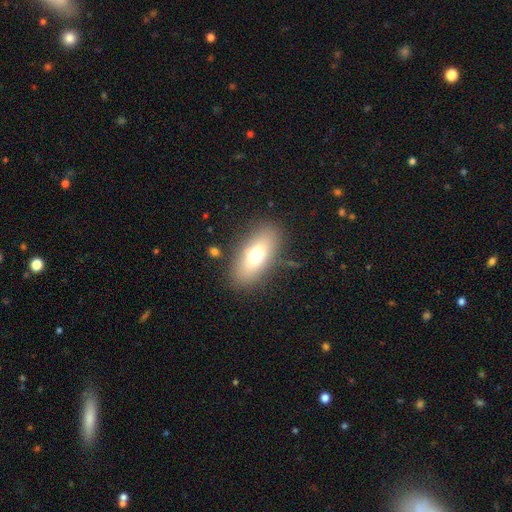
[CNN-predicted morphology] Smooth or featured?
  - smooth: 69% *
  - featured or disk: 22%
  - star or artifact: 9%
How rounded?
  - in between: 83% *
  - cigar-shaped: 12%
  - round: 5%
Merging?
  - none: 82% *
  - minor disturbance: 11%
  - major disturbance: 4%
  - merger: 3%